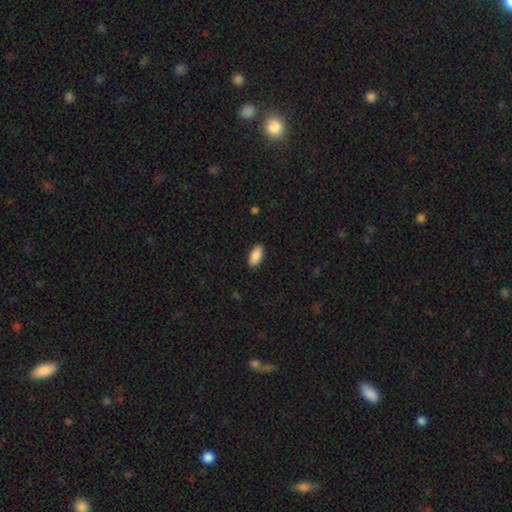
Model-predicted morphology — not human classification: type=smooth (90%); roundness=in between (91%); merging=none (89%).